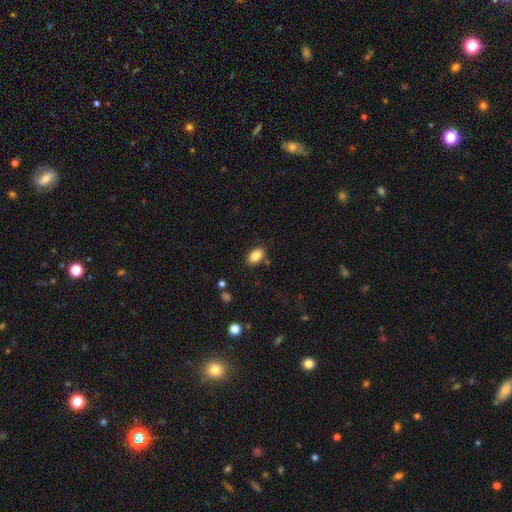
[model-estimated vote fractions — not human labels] Smooth or featured: smooth — 87% (star or artifact — 8%)
How rounded: in between — 91% (round — 7%)
Merging: none — 84% (minor disturbance — 10%)